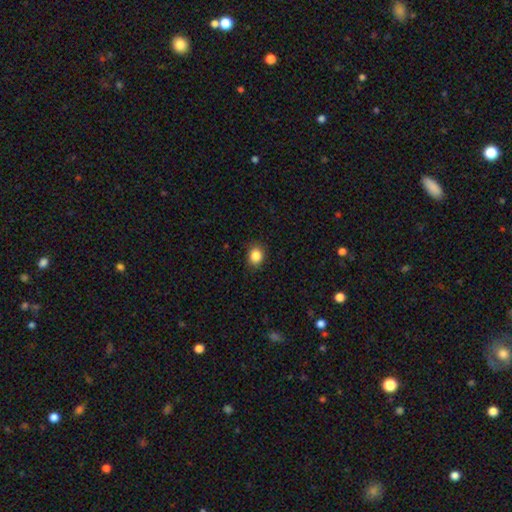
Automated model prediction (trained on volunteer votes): This is clearly a smooth galaxy (86%). How rounded: likely round (61%). Merging: clearly none (87%).